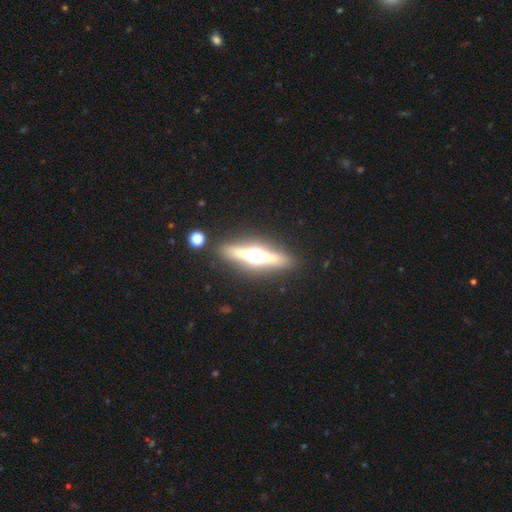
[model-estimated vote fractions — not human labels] Smooth or featured?
  - featured or disk: 75% *
  - smooth: 17%
  - star or artifact: 8%
Edge-on disk?
  - yes: 96% *
  - no: 4%
Edge-on bulge?
  - rounded: 95% *
  - boxy: 3%
  - none: 1%
Merging?
  - none: 88% *
  - minor disturbance: 7%
  - major disturbance: 2%
  - merger: 2%